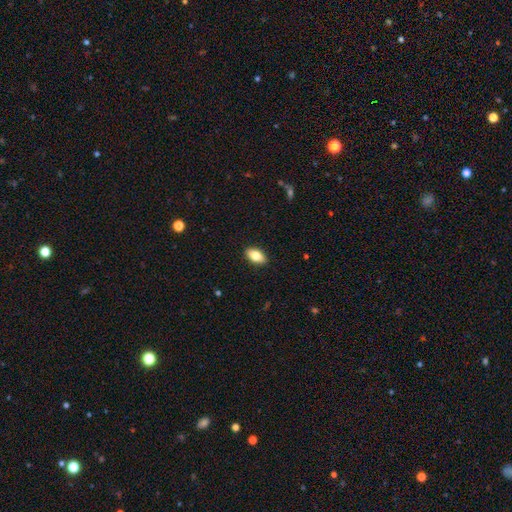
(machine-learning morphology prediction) Smooth or featured? smooth (77%)
How rounded? in between (89%)
Merging? none (89%)